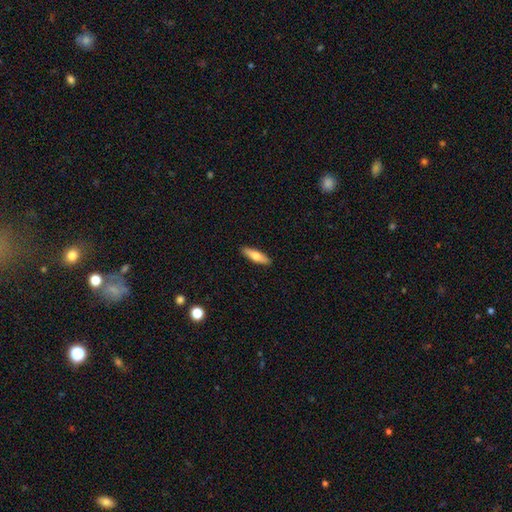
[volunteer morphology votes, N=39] Smooth or featured? 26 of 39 (67%) said smooth. How rounded? 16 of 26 (62%) said cigar-shaped. Merging? 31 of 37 (84%) said none.